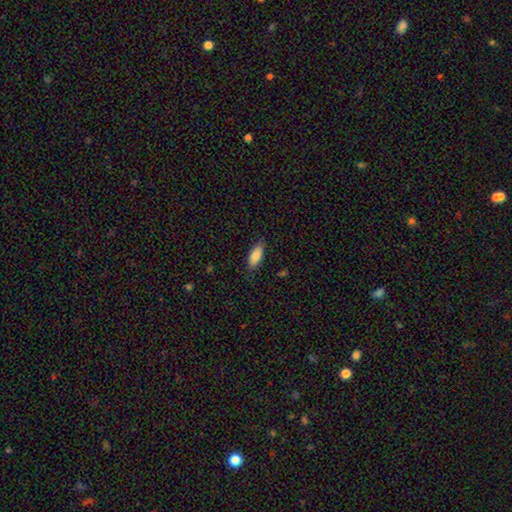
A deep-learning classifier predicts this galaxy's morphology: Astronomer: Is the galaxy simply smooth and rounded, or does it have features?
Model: smooth — 85%.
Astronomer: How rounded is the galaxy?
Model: in between — 79%.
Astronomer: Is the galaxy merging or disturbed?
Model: none — 80%.